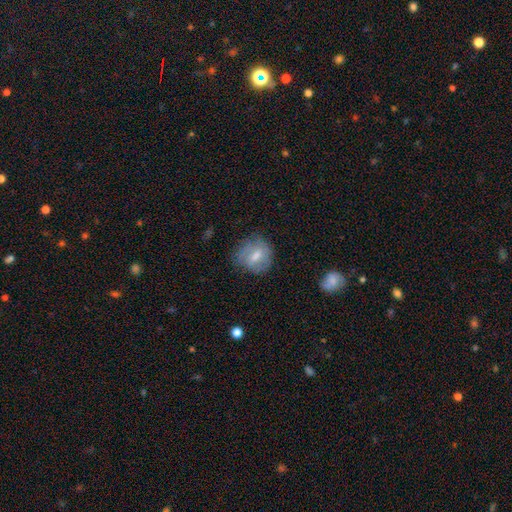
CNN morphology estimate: type=smooth (54%); roundness=round (68%); merging=none (64%).